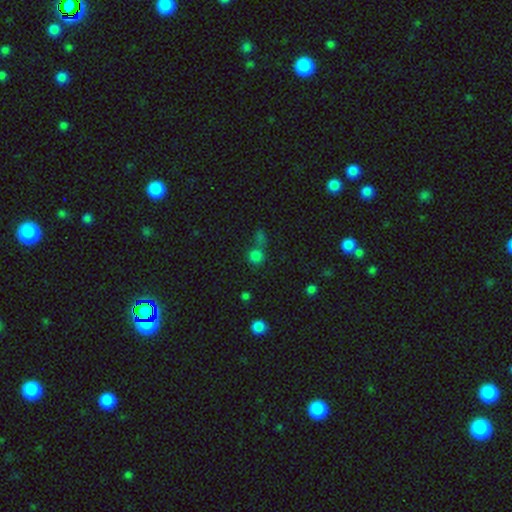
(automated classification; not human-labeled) smooth-or-featured: smooth: 74% | star or artifact: 20% | featured or disk: 6%
  how-rounded: round: 87% | in between: 11% | cigar-shaped: 1%
  merging: none: 51% | merger: 35% | minor disturbance: 9% | major disturbance: 5%